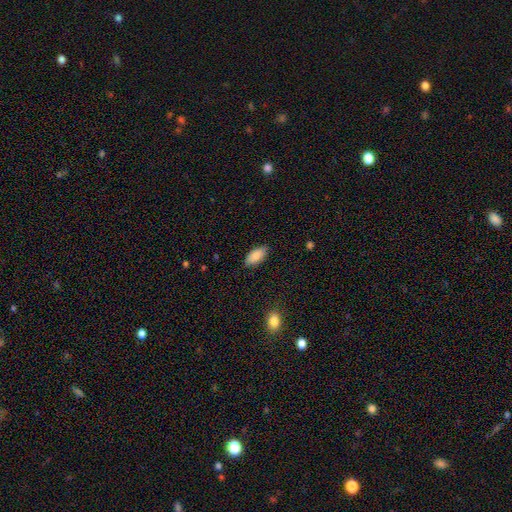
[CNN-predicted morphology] Smooth or featured: smooth — 86% (featured or disk — 7%)
How rounded: in between — 92% (cigar-shaped — 6%)
Merging: none — 84% (minor disturbance — 13%)